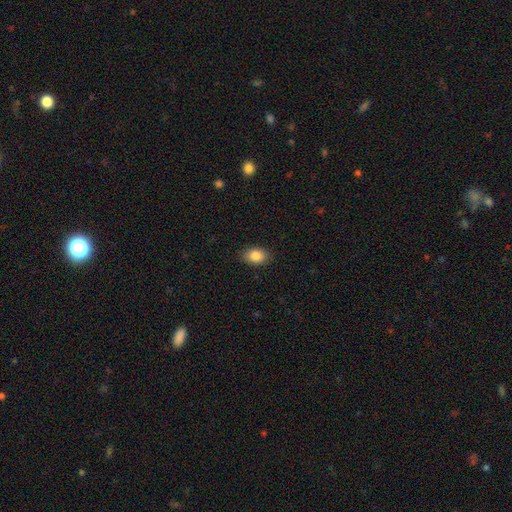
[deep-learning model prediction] Smooth or featured? Predicted: smooth (p=0.86). How rounded? Predicted: in between (p=0.83). Merging? Predicted: none (p=0.88).